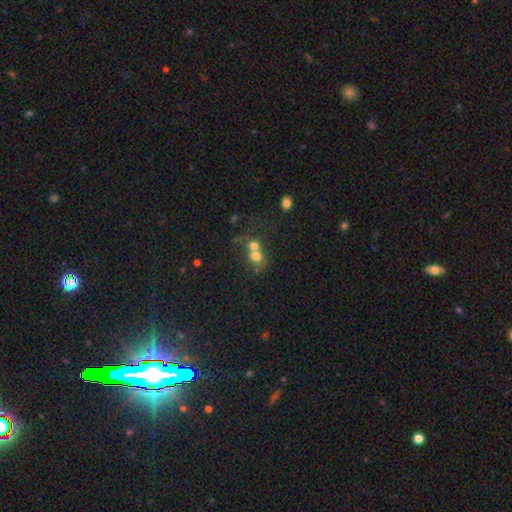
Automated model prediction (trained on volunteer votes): smooth_or_featured: smooth (p=0.68) [alt: featured or disk p=0.19]
how_rounded: round (p=0.70) [alt: in between p=0.28]
merging: merger (p=0.64) [alt: none p=0.24]